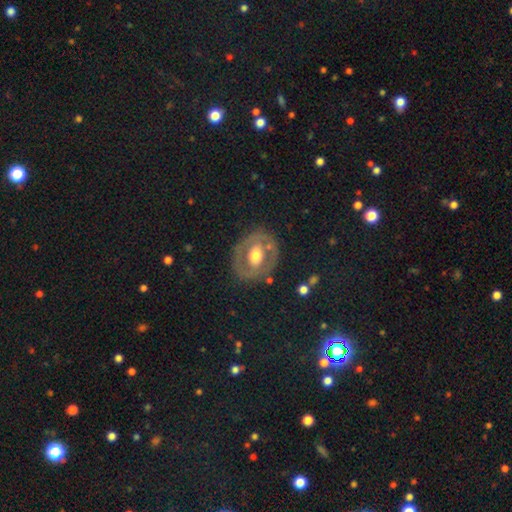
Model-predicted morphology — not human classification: Overall: featured or disk (59%; smooth 35%). Edge-on disk: no (94%). Bar: no (58%; weak 27%). Spiral arms: no (80%). Bulge size: moderate (65%; large 26%). Merging: none (74%).